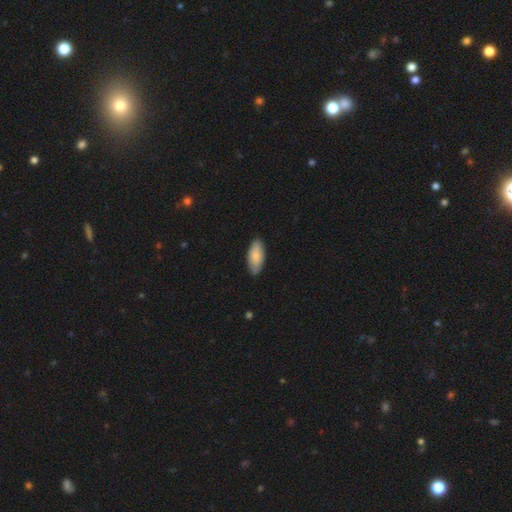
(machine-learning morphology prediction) Q: Smooth or featured?
A: smooth (81%); runner-up: featured or disk (14%)
Q: How rounded?
A: in between (89%); runner-up: cigar-shaped (9%)
Q: Merging?
A: none (83%); runner-up: minor disturbance (14%)